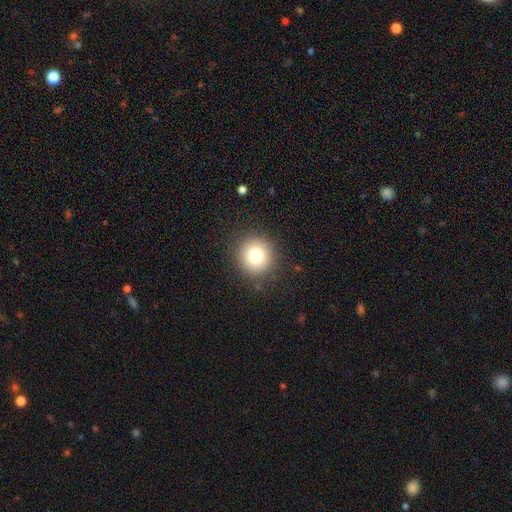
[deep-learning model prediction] Smooth or featured: smooth — 81% (star or artifact — 11%)
How rounded: round — 92% (in between — 7%)
Merging: none — 88% (minor disturbance — 8%)